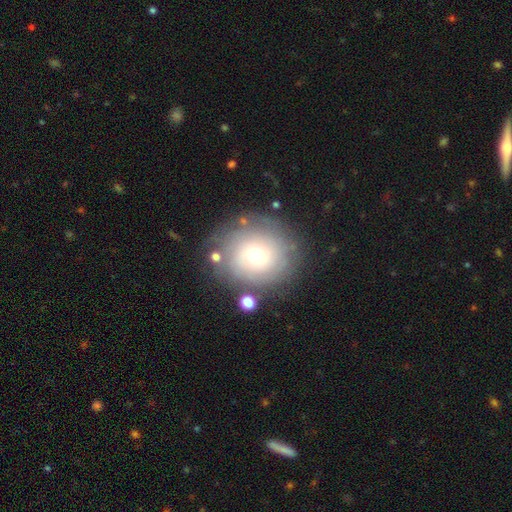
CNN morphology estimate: This is possibly a smooth galaxy (53%). How rounded: clearly round (83%). Merging: likely none (76%).